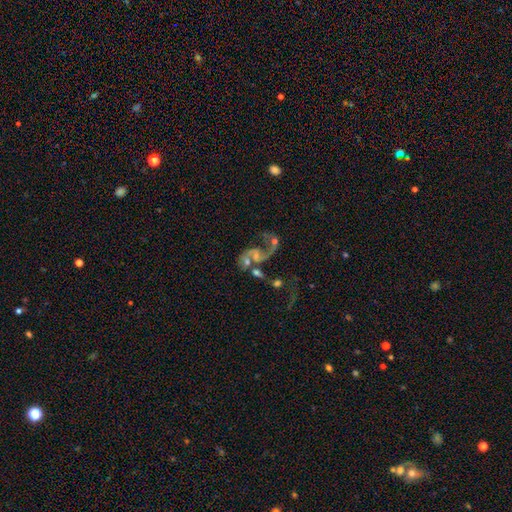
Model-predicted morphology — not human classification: type=featured or disk (76%); edge-on=no (98%); bar=no (63%); spiral arms=yes (85%); winding=loose (64%); arm count=2 (64%); bulge=small (45%); merging=merger (43%).